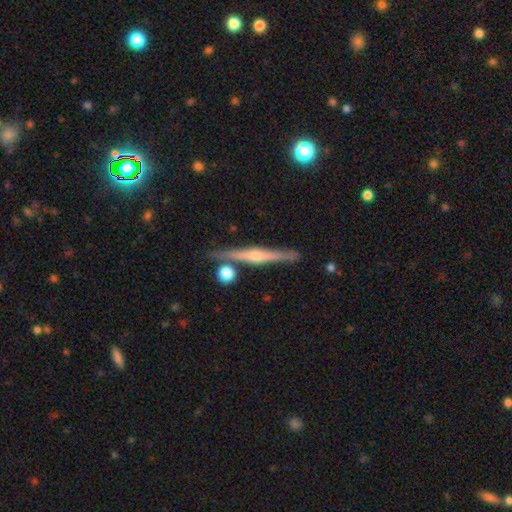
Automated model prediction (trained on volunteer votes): featured or disk 76%, smooth 17%, star or artifact 7%. Down the decision tree: edge-on disk — yes (98%); edge-on bulge — rounded (83%); merging — none (84%).